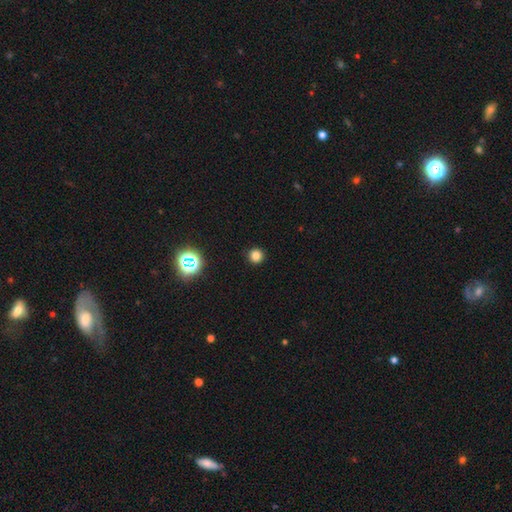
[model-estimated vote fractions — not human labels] This is likely a smooth galaxy (79%). How rounded: clearly round (95%). Merging: clearly none (93%).